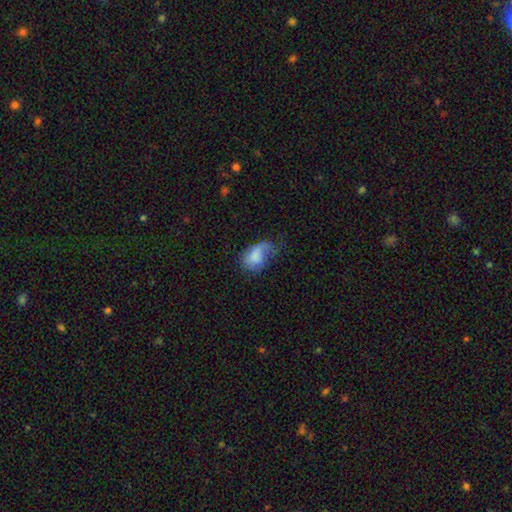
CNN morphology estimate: smooth_or_featured: smooth (p=0.72) [alt: featured or disk p=0.20]
how_rounded: in between (p=0.86) [alt: round p=0.12]
merging: major disturbance (p=0.36) [alt: minor disturbance p=0.34]